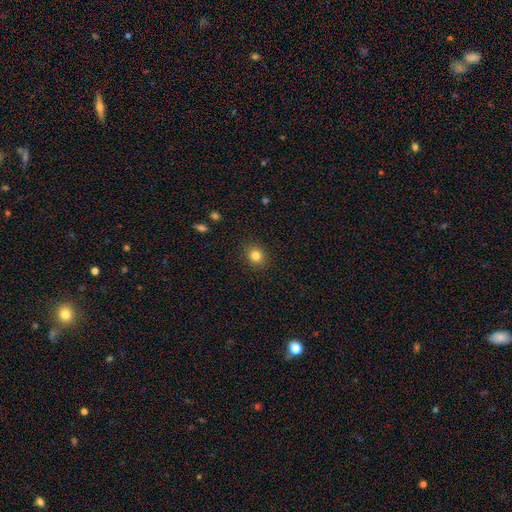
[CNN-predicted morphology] Smooth or featured? smooth (82%)
How rounded? round (80%)
Merging? none (90%)